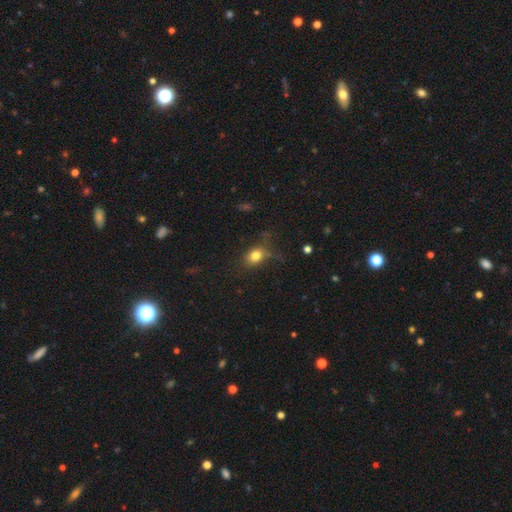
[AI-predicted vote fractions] smooth-or-featured: smooth: 80% | star or artifact: 12% | featured or disk: 8%
  how-rounded: in between: 60% | round: 39% | cigar-shaped: 2%
  merging: none: 70% | minor disturbance: 20% | major disturbance: 8% | merger: 2%